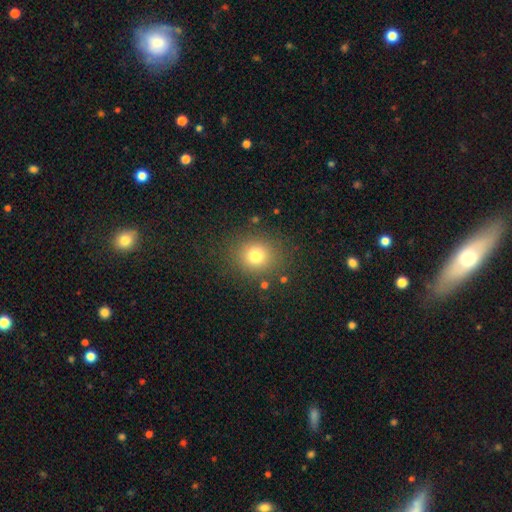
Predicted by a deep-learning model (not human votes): The model was most divided on "how rounded": round: 80%, in between: 20%, cigar-shaped: 1%. More confident: merging — none (84%); smooth or featured — smooth (76%).